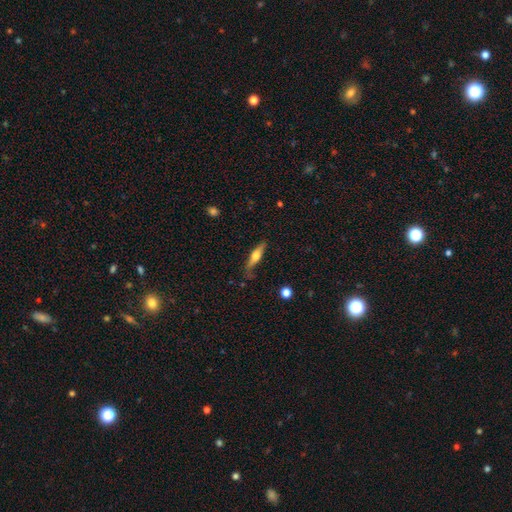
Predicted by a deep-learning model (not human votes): A featured or disk galaxy (52%) viewed edge-on (92%). Merging: none (68%).